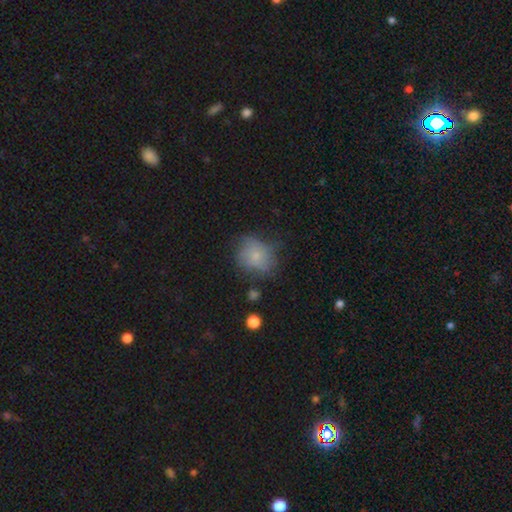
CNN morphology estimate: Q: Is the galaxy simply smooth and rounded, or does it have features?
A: smooth — 68%.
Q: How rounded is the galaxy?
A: round — 68%.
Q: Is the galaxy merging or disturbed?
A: none — 54%.